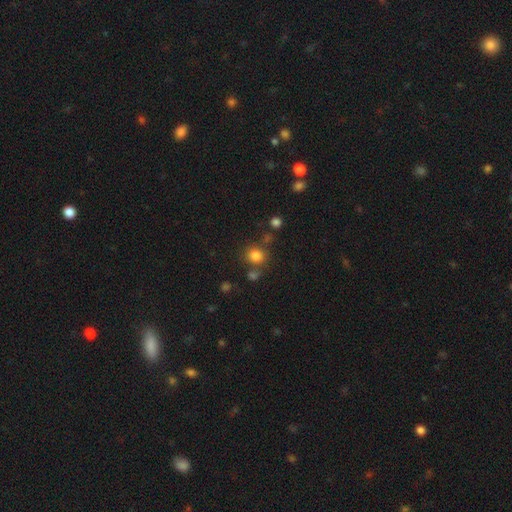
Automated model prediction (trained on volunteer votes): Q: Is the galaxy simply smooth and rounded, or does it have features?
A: smooth — 80%.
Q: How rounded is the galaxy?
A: round — 84%.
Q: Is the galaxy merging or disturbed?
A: none — 72%.